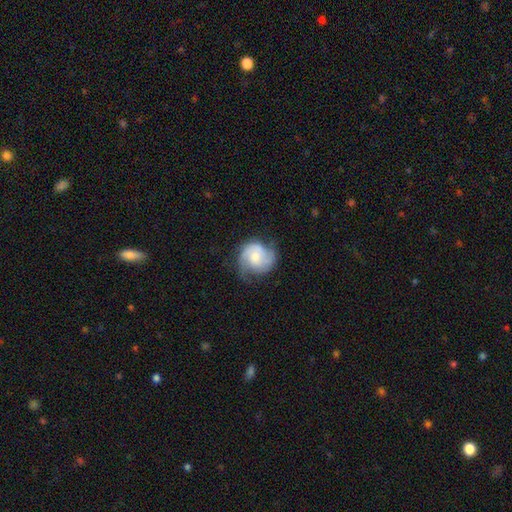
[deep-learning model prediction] featured or disk 69%, smooth 24%, star or artifact 6%. Down the decision tree: edge-on disk — no (98%); bar — no (63%); spiral arms — yes (93%); spiral arm count — 2 (66%); spiral winding — medium (45%); bulge size — moderate (49%); merging — none (64%).